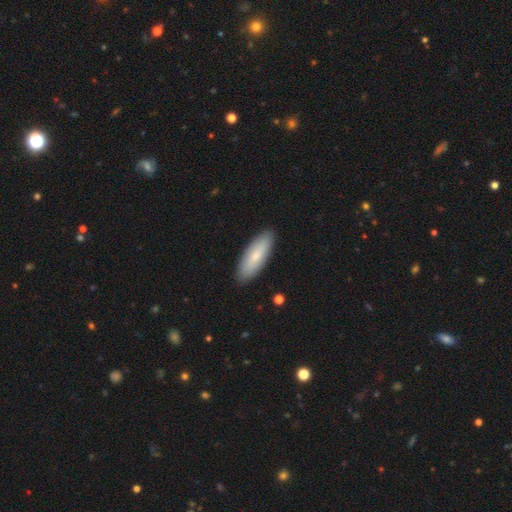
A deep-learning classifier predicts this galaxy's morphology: Smooth or featured: smooth — 77% (featured or disk — 18%)
How rounded: in between — 63% (cigar-shaped — 35%)
Merging: none — 89% (minor disturbance — 8%)